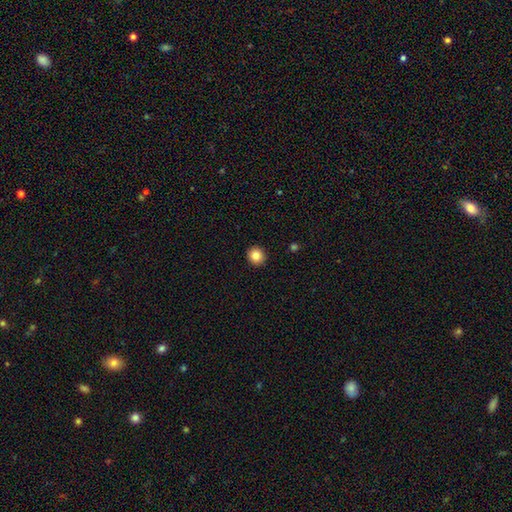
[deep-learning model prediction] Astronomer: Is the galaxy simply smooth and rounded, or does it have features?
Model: smooth — 84%.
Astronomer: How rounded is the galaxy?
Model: round — 90%.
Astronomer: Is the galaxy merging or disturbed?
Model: none — 93%.